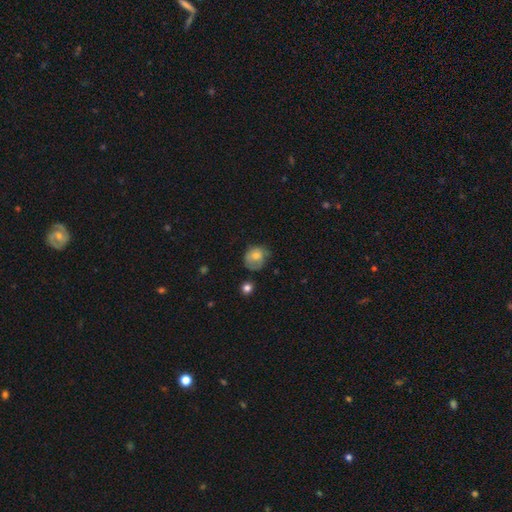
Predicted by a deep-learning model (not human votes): This is likely a smooth galaxy (72%). How rounded: likely round (68%). Merging: possibly none (47%).